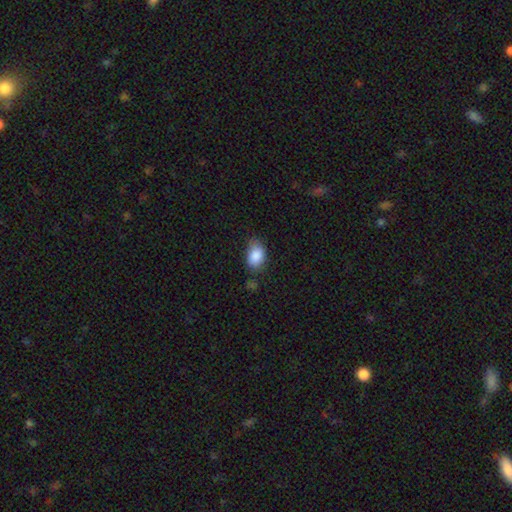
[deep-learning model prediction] This is clearly a smooth galaxy (87%). How rounded: clearly in between (86%). Merging: likely none (67%).